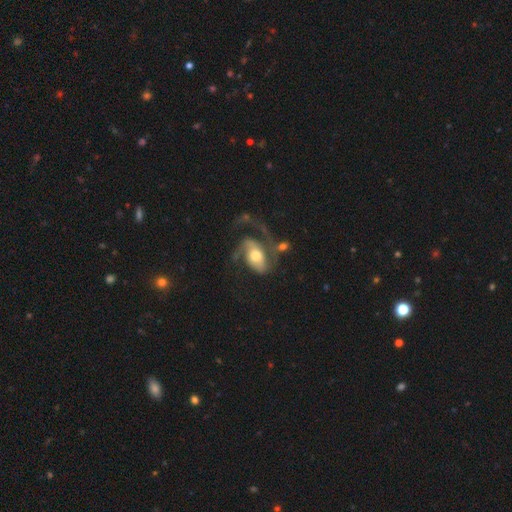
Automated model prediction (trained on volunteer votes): featured or disk 70%, smooth 23%, star or artifact 6%. Down the decision tree: edge-on disk — no (96%); bar — no (56%); spiral arms — yes (86%); spiral arm count — 2 (55%); spiral winding — loose (48%); bulge size — moderate (66%); merging — major disturbance (44%).